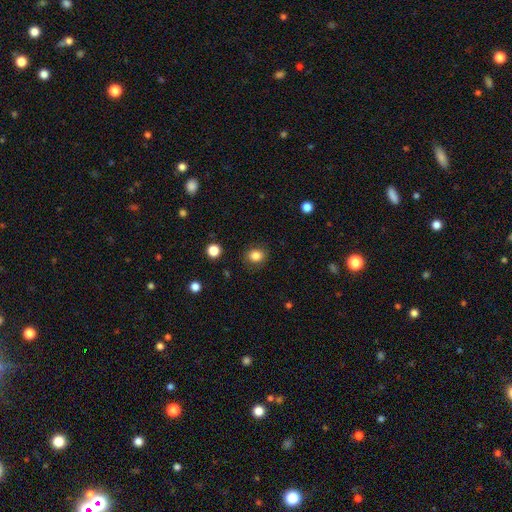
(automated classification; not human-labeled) smooth_or_featured: smooth (p=0.84) [alt: star or artifact p=0.11]
how_rounded: round (p=0.68) [alt: in between p=0.31]
merging: none (p=0.85) [alt: minor disturbance p=0.10]